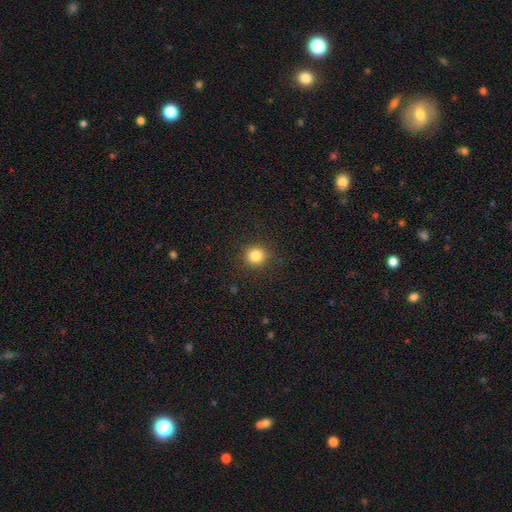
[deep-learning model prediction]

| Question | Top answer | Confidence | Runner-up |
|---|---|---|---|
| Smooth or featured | smooth | 83% | star or artifact (12%) |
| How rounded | round | 93% | in between (6%) |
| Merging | none | 89% | minor disturbance (7%) |